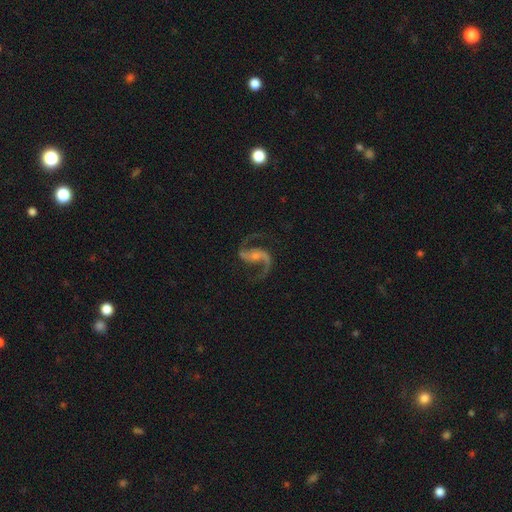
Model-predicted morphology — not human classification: Smooth or featured? Predicted: featured or disk (p=0.93). Edge-on disk? Predicted: no (p=0.98). Bar? Predicted: no (p=0.39). Spiral arms? Predicted: yes (p=0.98). Spiral winding? Predicted: loose (p=0.51). Spiral arm count? Predicted: 2 (p=0.94). Bulge size? Predicted: small (p=0.57). Merging? Predicted: none (p=0.78).